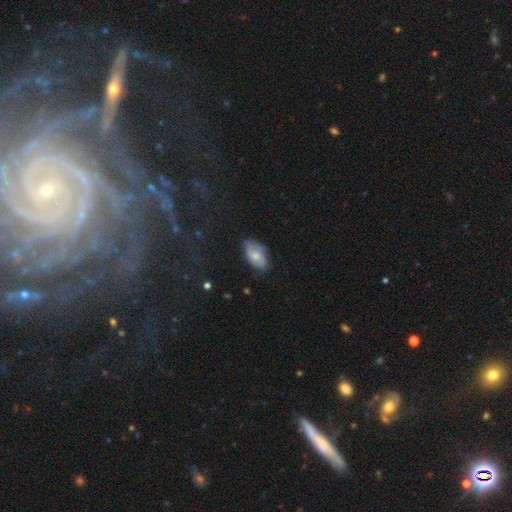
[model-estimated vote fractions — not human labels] The model was most divided on "smooth or featured": smooth: 55%, featured or disk: 37%, star or artifact: 8%. More confident: how rounded — in between (92%); merging — none (67%).